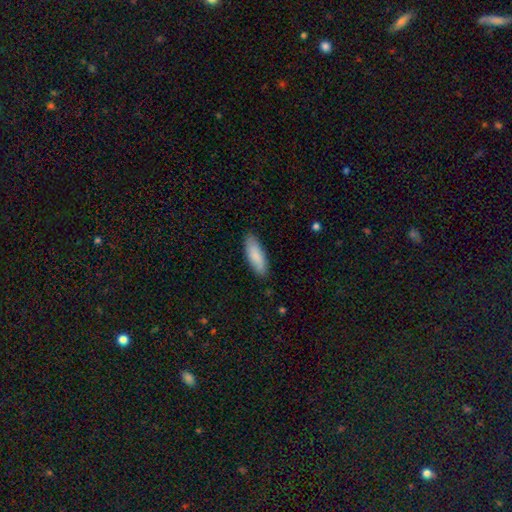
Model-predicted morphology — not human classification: type=smooth (87%); roundness=in between (60%); merging=none (87%).